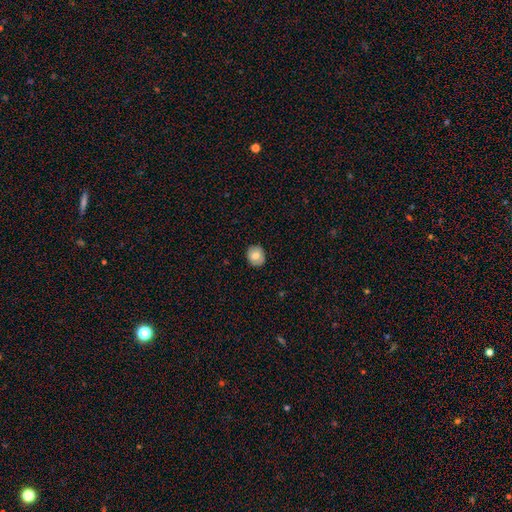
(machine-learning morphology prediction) Overall: smooth (74%). How rounded: round (81%). Merging: none (86%).